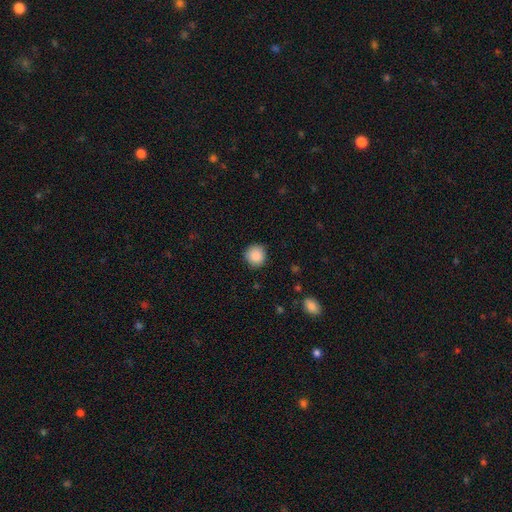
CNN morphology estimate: Smooth or featured: smooth — 88% (star or artifact — 9%)
How rounded: round — 93% (in between — 6%)
Merging: none — 89% (minor disturbance — 8%)